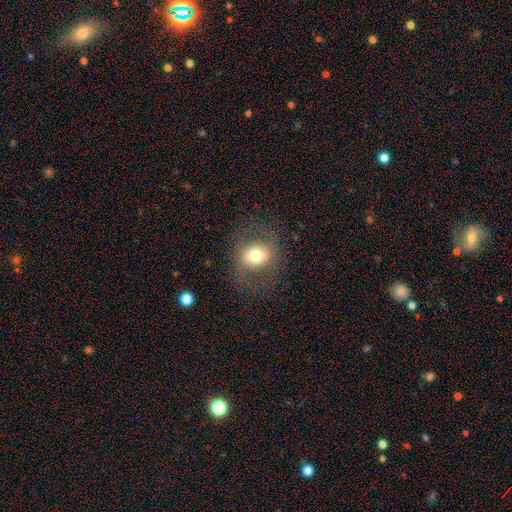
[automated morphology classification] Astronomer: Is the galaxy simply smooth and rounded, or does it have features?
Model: smooth — 62%.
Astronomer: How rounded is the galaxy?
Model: round — 63%.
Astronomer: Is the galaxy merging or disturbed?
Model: none — 76%.